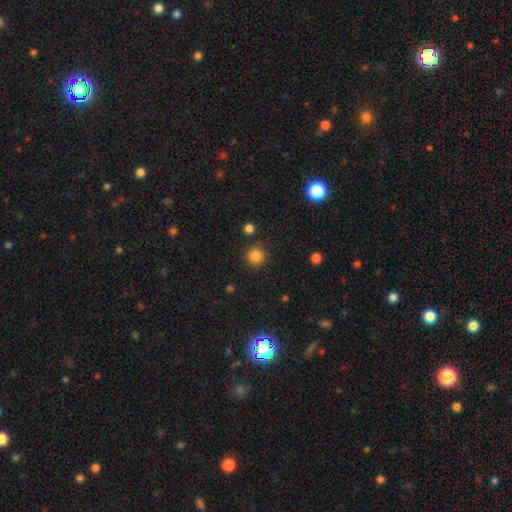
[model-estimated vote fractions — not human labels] smooth-or-featured: smooth: 85% | star or artifact: 11% | featured or disk: 4%
  how-rounded: round: 93% | in between: 6% | cigar-shaped: 1%
  merging: none: 86% | minor disturbance: 8% | merger: 3% | major disturbance: 3%